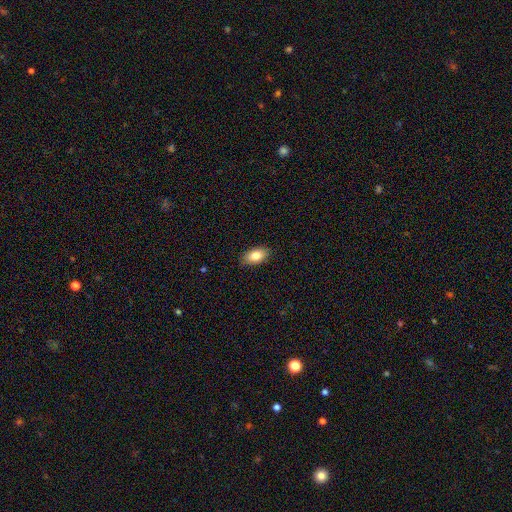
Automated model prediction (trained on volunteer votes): Q: Smooth or featured?
A: smooth (84%); runner-up: featured or disk (9%)
Q: How rounded?
A: in between (92%); runner-up: round (5%)
Q: Merging?
A: none (87%); runner-up: minor disturbance (10%)